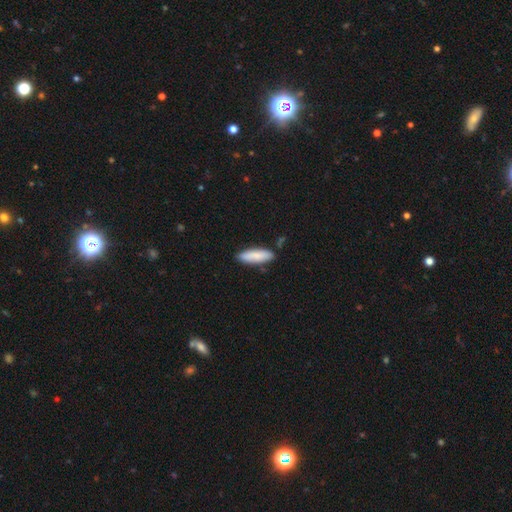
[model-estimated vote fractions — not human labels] Overall: smooth (85%). How rounded: cigar-shaped (50%; in between 49%). Merging: none (84%).